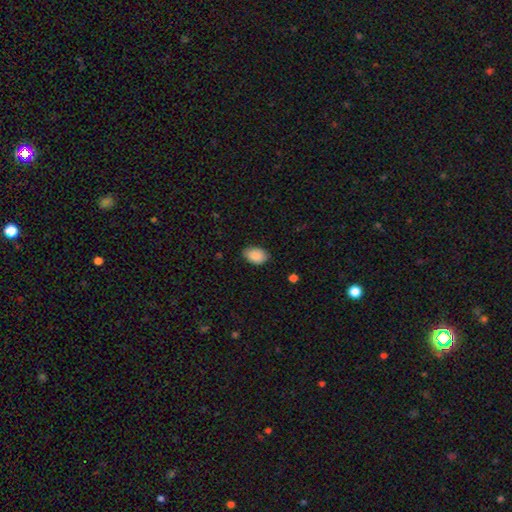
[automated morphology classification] Smooth or featured? Predicted: smooth (p=0.88). How rounded? Predicted: in between (p=0.86). Merging? Predicted: none (p=0.81).